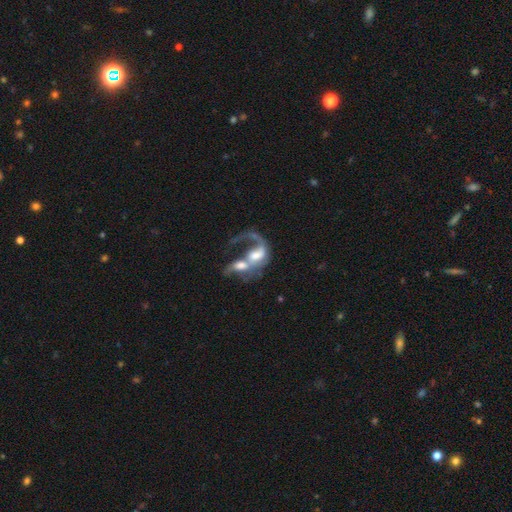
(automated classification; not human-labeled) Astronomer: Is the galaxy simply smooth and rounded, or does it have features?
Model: featured or disk — 67%.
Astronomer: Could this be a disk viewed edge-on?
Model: no — 96%.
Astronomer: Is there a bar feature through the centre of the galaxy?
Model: no — 53% (runner-up: weak, 33%).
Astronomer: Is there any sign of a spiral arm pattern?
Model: yes — 75%.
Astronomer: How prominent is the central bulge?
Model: moderate — 45% (runner-up: large, 29%).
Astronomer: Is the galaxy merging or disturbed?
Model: merger — 73%.